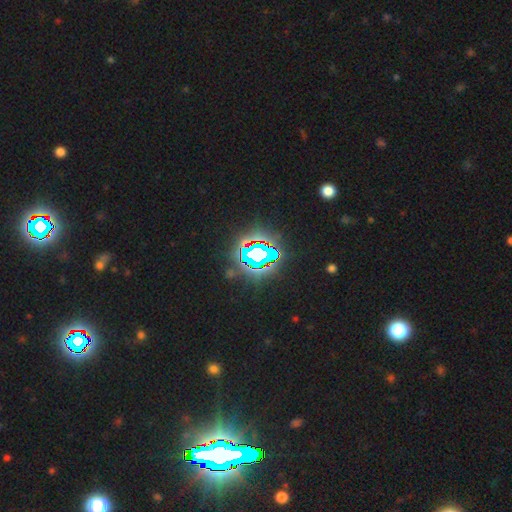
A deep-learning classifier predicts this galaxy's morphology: The model was most divided on "smooth or featured": star or artifact: 76%, smooth: 13%, featured or disk: 10%.